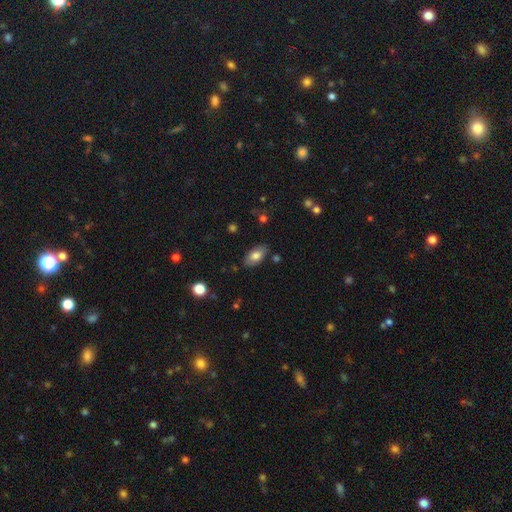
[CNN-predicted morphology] This is likely a smooth galaxy (76%). How rounded: clearly in between (93%). Merging: clearly none (82%).